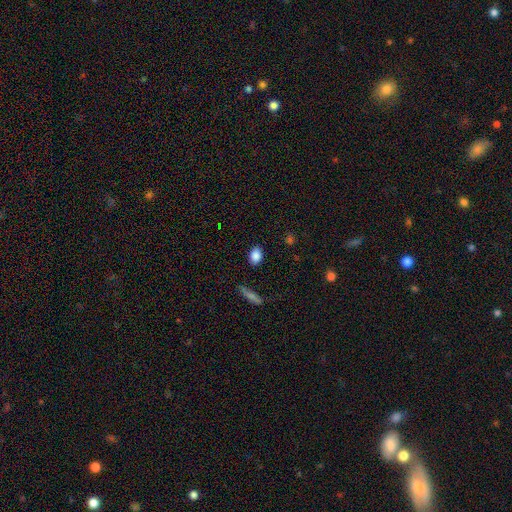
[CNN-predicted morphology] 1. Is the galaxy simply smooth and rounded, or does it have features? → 87% smooth, 8% star or artifact, 5% featured or disk.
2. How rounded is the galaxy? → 79% in between, 18% round, 2% cigar-shaped.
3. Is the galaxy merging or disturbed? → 86% none, 10% minor disturbance, 2% major disturbance, 2% merger.